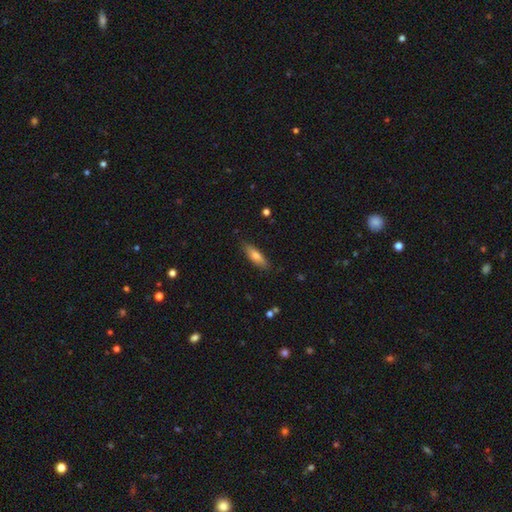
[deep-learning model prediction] Morphology: type=smooth (72%); roundness=cigar-shaped (51%); merging=none (86%).